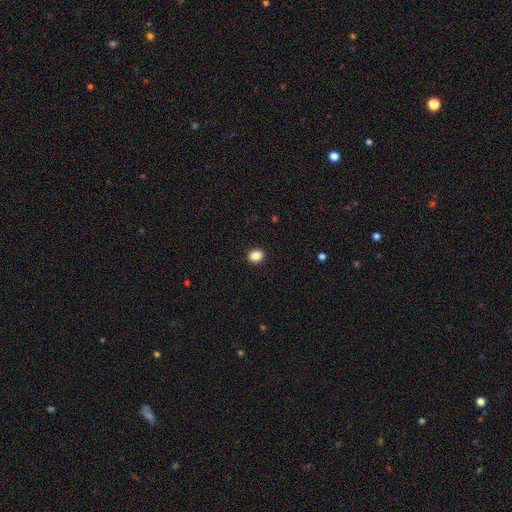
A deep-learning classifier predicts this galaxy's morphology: Smooth or featured? smooth (86%)
How rounded? round (65%)
Merging? none (92%)